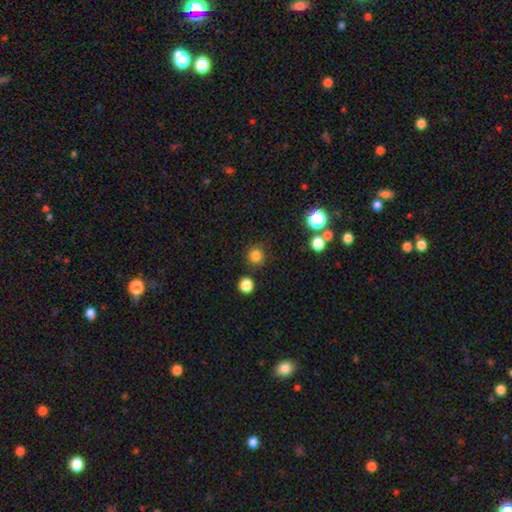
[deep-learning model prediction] Smooth or featured? smooth (82%)
How rounded? round (92%)
Merging? none (86%)